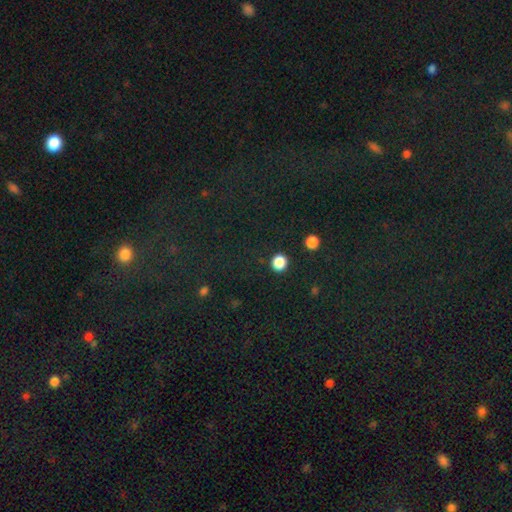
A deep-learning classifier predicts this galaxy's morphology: A star or artifact, not a galaxy (70%).